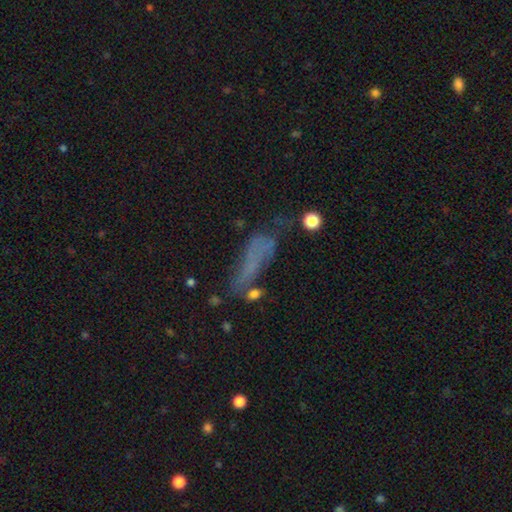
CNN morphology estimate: smooth-or-featured: smooth: 43% | featured or disk: 31% | star or artifact: 26%
  merging: none: 44% | major disturbance: 25% | minor disturbance: 21% | merger: 10%